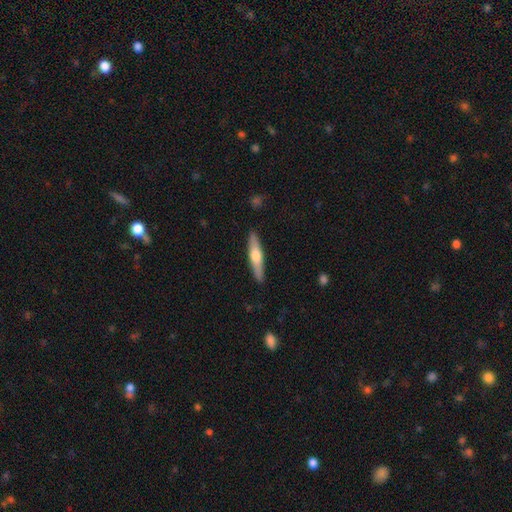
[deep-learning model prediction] Morphology: type=featured or disk (48%); merging=none (90%).